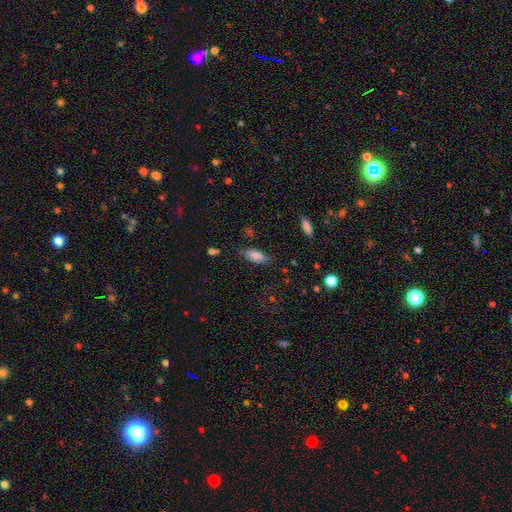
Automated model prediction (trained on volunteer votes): smooth 83%, featured or disk 9%, star or artifact 8%. Down the decision tree: how rounded — in between (78%); merging — none (78%).